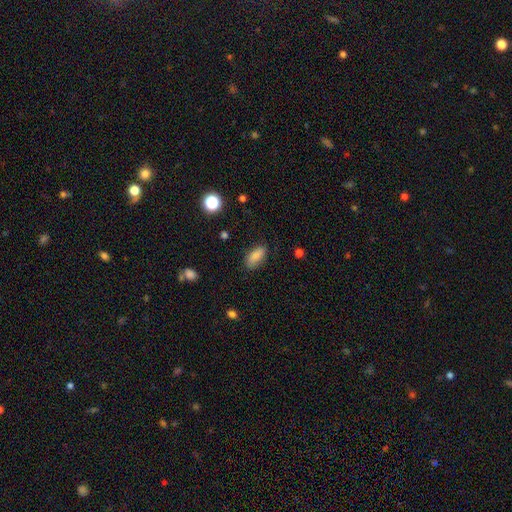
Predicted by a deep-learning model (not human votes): Q: Smooth or featured?
A: smooth (86%); runner-up: star or artifact (8%)
Q: How rounded?
A: in between (87%); runner-up: cigar-shaped (10%)
Q: Merging?
A: none (80%); runner-up: minor disturbance (15%)